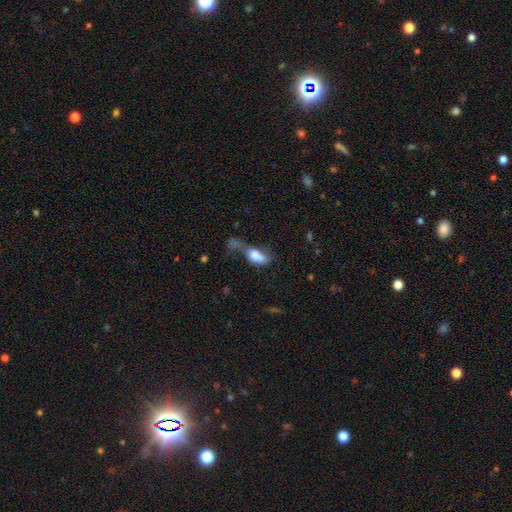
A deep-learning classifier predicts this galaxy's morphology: Q: Smooth or featured?
A: smooth (69%); runner-up: featured or disk (21%)
Q: How rounded?
A: in between (83%); runner-up: cigar-shaped (10%)
Q: Merging?
A: major disturbance (41%); runner-up: merger (24%)